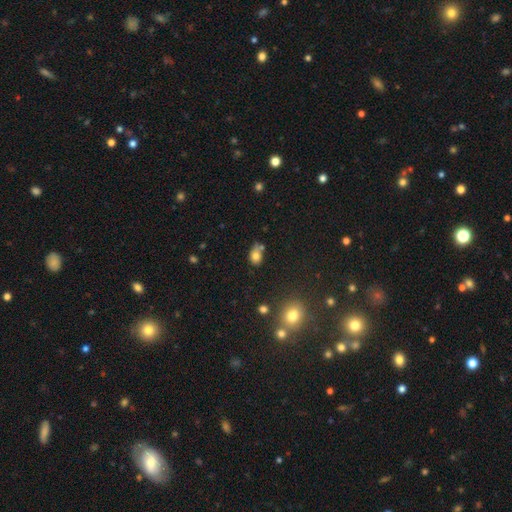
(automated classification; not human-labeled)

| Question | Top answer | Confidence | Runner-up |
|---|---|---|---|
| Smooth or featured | smooth | 76% | star or artifact (13%) |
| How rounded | in between | 68% | round (30%) |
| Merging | none | 46% | minor disturbance (25%) |